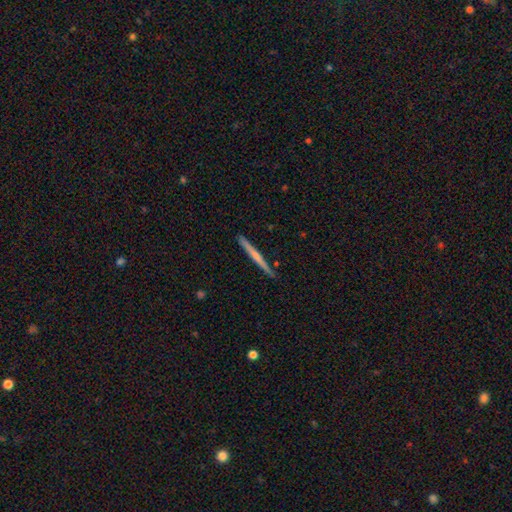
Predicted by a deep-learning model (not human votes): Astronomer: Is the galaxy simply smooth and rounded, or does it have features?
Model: smooth — 49% (runner-up: featured or disk, 45%).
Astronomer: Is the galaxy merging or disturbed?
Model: none — 90%.